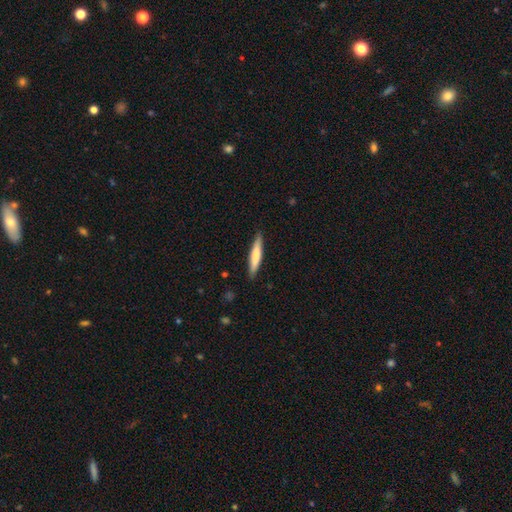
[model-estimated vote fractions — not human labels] Smooth or featured?
  - smooth: 66% *
  - featured or disk: 29%
  - star or artifact: 5%
How rounded?
  - cigar-shaped: 90% *
  - in between: 9%
  - round: 1%
Merging?
  - none: 89% *
  - minor disturbance: 8%
  - major disturbance: 2%
  - merger: 1%